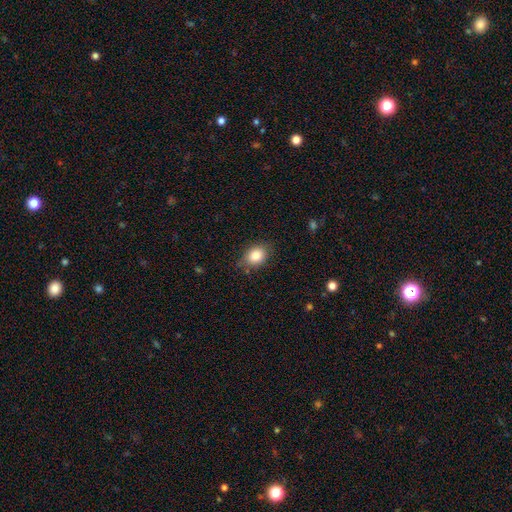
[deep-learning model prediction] This appears to be a smooth galaxy with no disk features (84%) that is in between round and cigar-shaped (66%). Merging: none (76%).